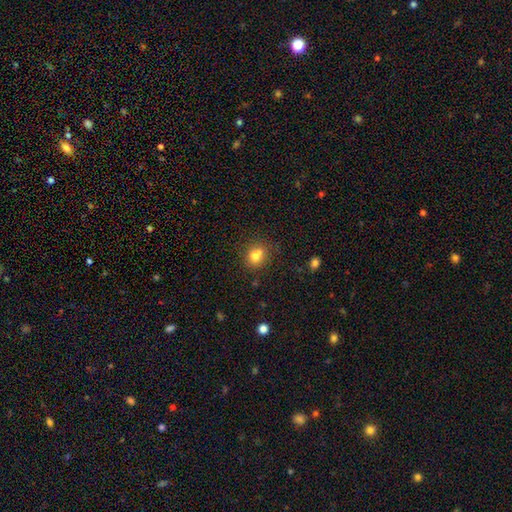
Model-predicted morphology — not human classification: Smooth or featured: smooth — 78% (star or artifact — 11%)
How rounded: round — 55% (in between — 44%)
Merging: none — 62% (minor disturbance — 17%)